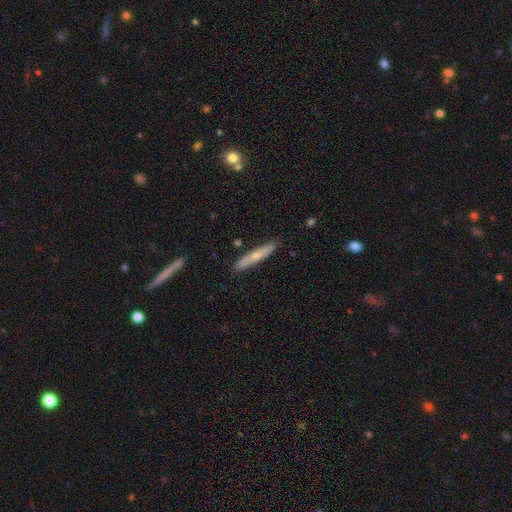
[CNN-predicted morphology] A smooth galaxy with no disk features (53%) that is cigar-shaped (93%).

Vote fractions:
- Smooth or featured? smooth: 53% / featured or disk: 40% / star or artifact: 6%
- How rounded? cigar-shaped: 93% / in between: 5% / round: 1%
- Merging? none: 87% / minor disturbance: 9% / merger: 2% / major disturbance: 2%